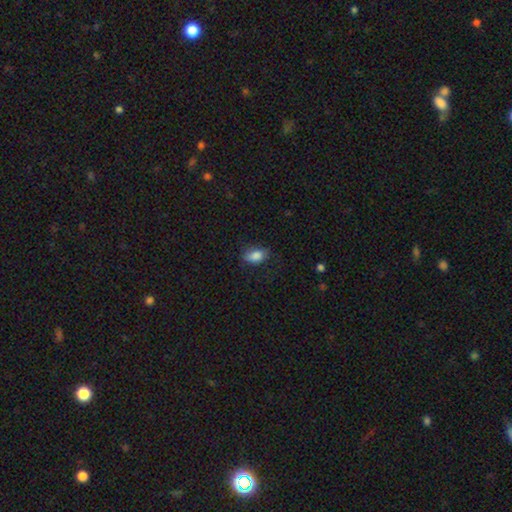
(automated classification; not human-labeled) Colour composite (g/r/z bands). It shows a smooth galaxy with no disk features (85%) that is in between round and cigar-shaped (86%). Merging: none (70%).